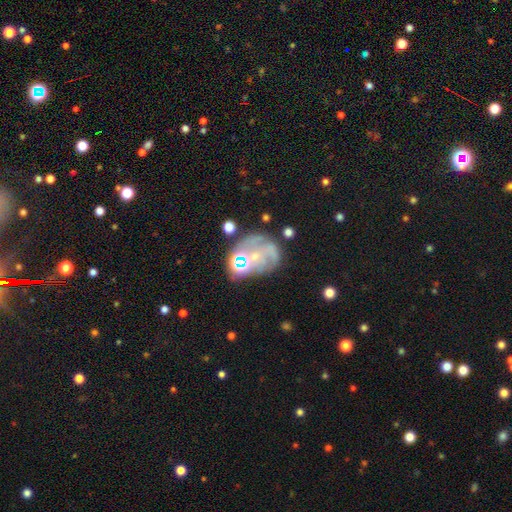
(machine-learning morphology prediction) Smooth or featured? Predicted: featured or disk (p=0.61). Edge-on disk? Predicted: no (p=0.97). Bar? Predicted: no (p=0.73). Spiral arms? Predicted: yes (p=0.63). Bulge size? Predicted: small (p=0.63). Merging? Predicted: none (p=0.44).